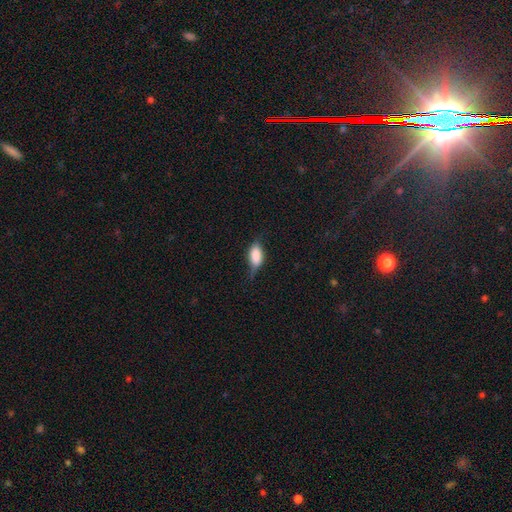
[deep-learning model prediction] Morphology: type=smooth (74%); roundness=in between (86%); merging=none (51%).